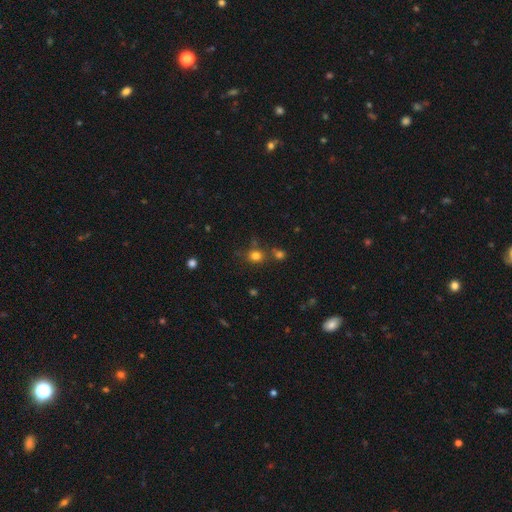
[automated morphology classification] Smooth or featured: smooth — 77% (star or artifact — 16%)
How rounded: round — 74% (in between — 25%)
Merging: none — 68% (merger — 15%)